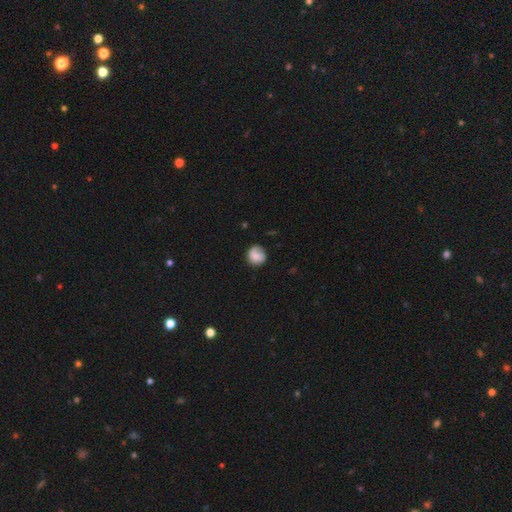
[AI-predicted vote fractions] Morphology: type=smooth (73%); roundness=round (82%); merging=none (65%).